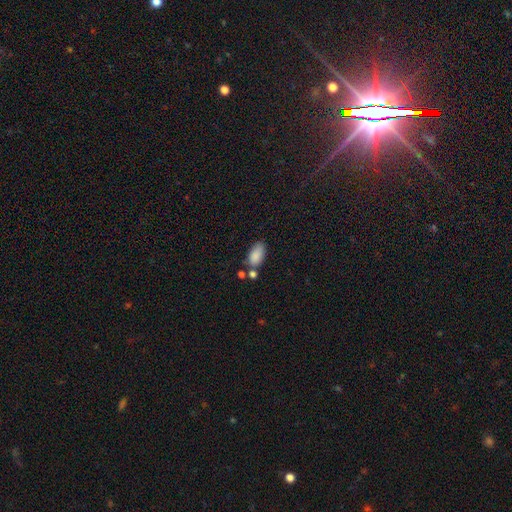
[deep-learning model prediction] This appears to be a smooth galaxy with no disk features (86%) that is in between round and cigar-shaped (93%). Merging: none (55%).